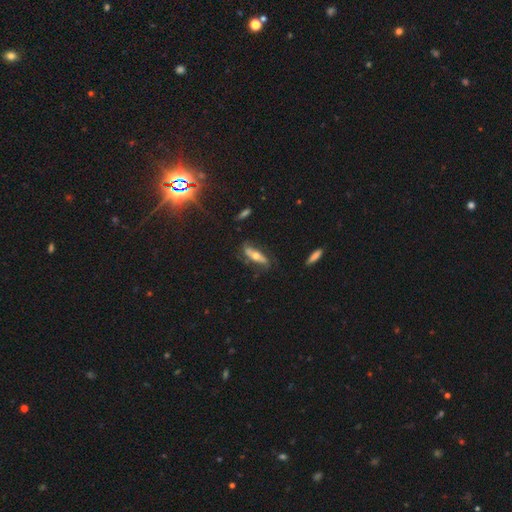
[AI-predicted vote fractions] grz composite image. It shows a featured or disk galaxy (57%) viewed edge-on (55%). Merging: none (65%).